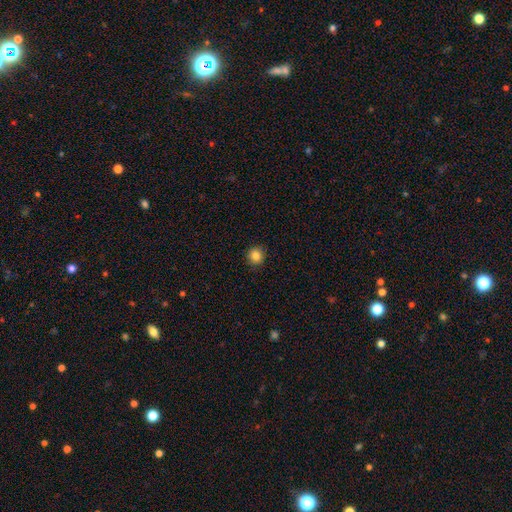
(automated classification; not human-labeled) This appears to be a smooth galaxy with no disk features (84%) that is round (89%). Merging: none (90%).